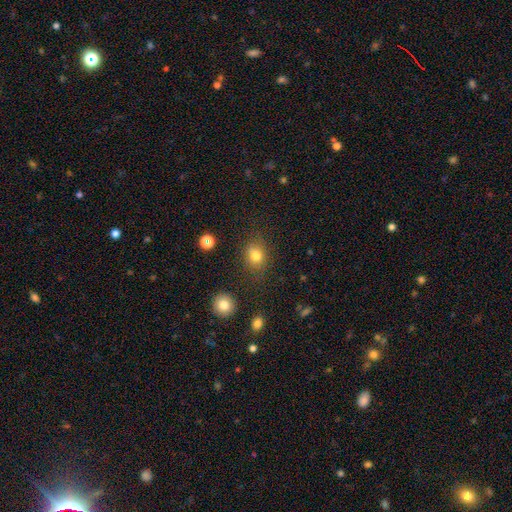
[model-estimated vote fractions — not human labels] smooth-or-featured: smooth: 77% | star or artifact: 15% | featured or disk: 8%
  how-rounded: round: 59% | in between: 40% | cigar-shaped: 1%
  merging: none: 76% | minor disturbance: 15% | major disturbance: 5% | merger: 4%